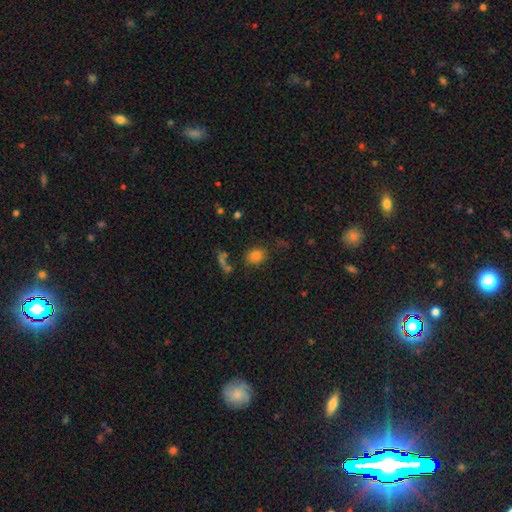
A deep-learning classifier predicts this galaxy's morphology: Smooth or featured? smooth (77%)
How rounded? round (50%)
Merging? none (72%)